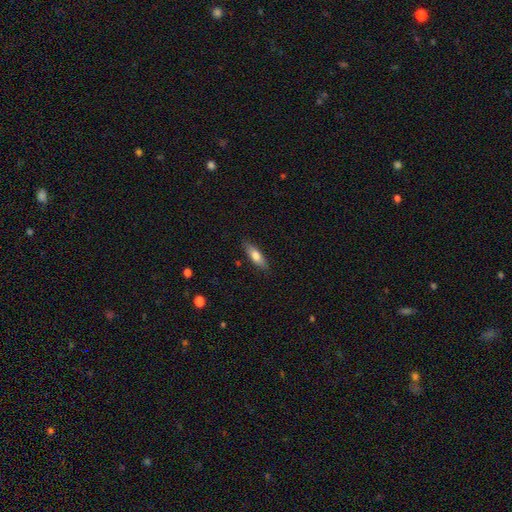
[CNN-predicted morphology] smooth 71%, featured or disk 23%, star or artifact 6%. Down the decision tree: how rounded — cigar-shaped (50%); merging — none (86%).